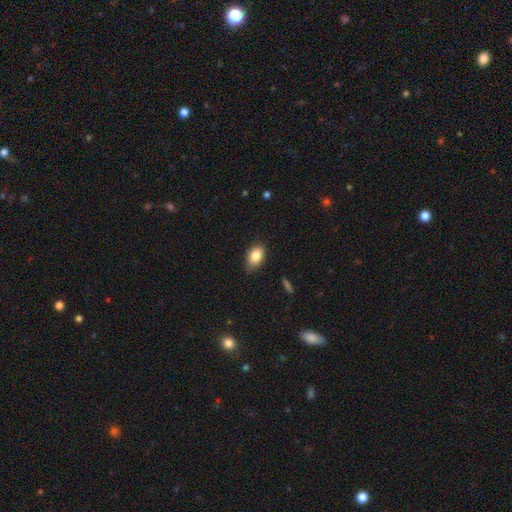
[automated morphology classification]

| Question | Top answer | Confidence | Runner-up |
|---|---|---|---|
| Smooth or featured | smooth | 84% | featured or disk (8%) |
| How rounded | in between | 86% | round (12%) |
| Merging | none | 77% | minor disturbance (19%) |